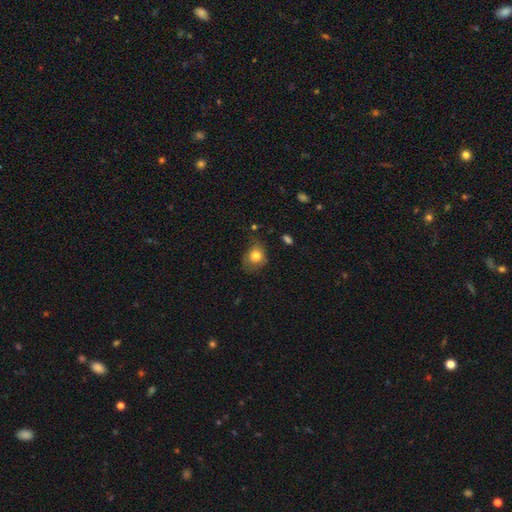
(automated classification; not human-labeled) smooth-or-featured: smooth: 78% | featured or disk: 13% | star or artifact: 10%
  how-rounded: round: 61% | in between: 38% | cigar-shaped: 1%
  merging: none: 52% | minor disturbance: 32% | major disturbance: 14% | merger: 3%